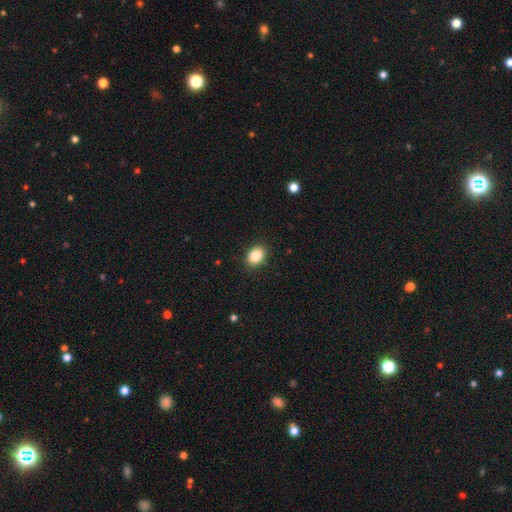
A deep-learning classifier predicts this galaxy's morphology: This appears to be a smooth galaxy with no disk features (85%) that is in between round and cigar-shaped (72%). Merging: none (90%).